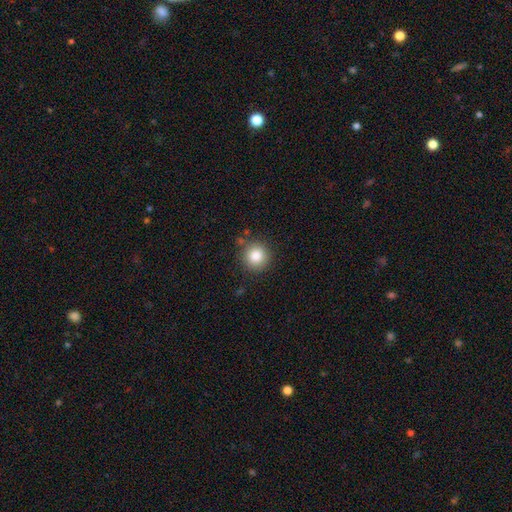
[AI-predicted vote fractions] Morphology: type=smooth (84%); roundness=round (93%); merging=none (85%).